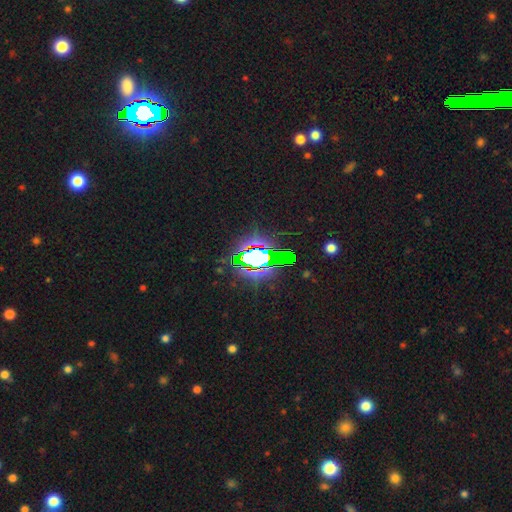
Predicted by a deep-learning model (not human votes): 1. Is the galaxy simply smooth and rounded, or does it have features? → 68% star or artifact, 16% featured or disk, 16% smooth.